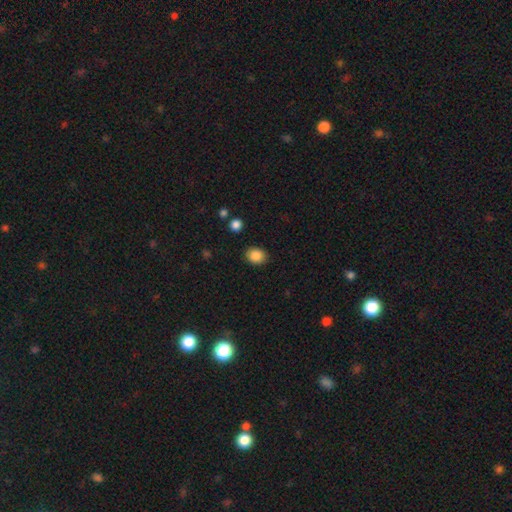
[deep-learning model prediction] A smooth galaxy with no disk features (87%) that is round (53%). Merging: none (87%).